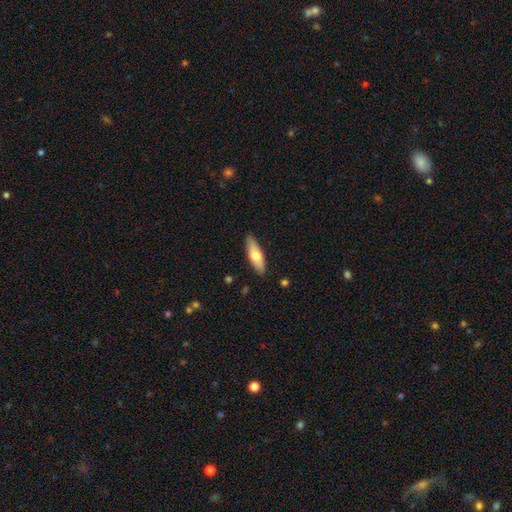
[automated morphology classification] Q: Smooth or featured?
A: smooth (66%); runner-up: featured or disk (28%)
Q: How rounded?
A: in between (52%); runner-up: cigar-shaped (46%)
Q: Merging?
A: none (87%); runner-up: minor disturbance (10%)